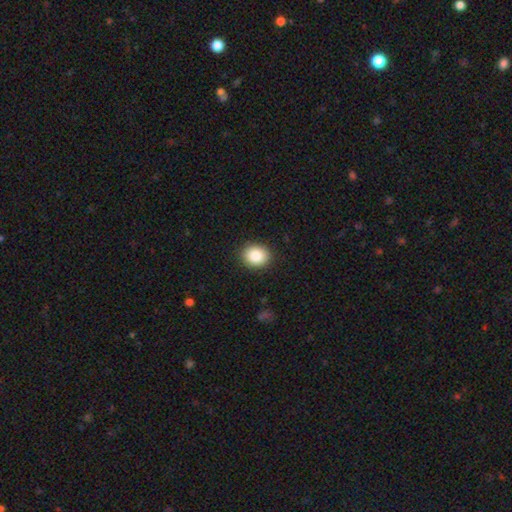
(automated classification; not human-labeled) A smooth galaxy with no disk features (86%) that is round (60%). Merging: none (90%).